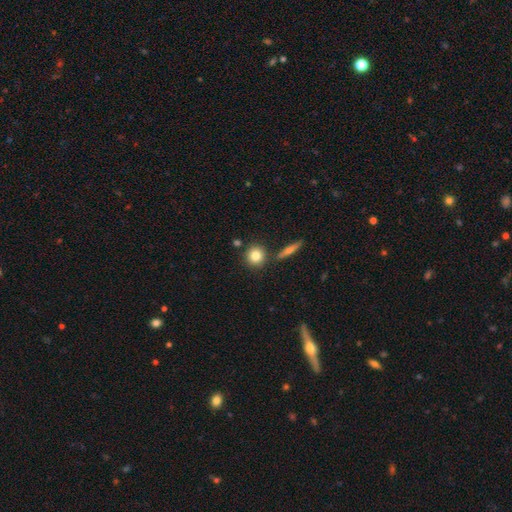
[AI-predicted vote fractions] Overall: smooth (81%). How rounded: round (87%). Merging: none (80%).